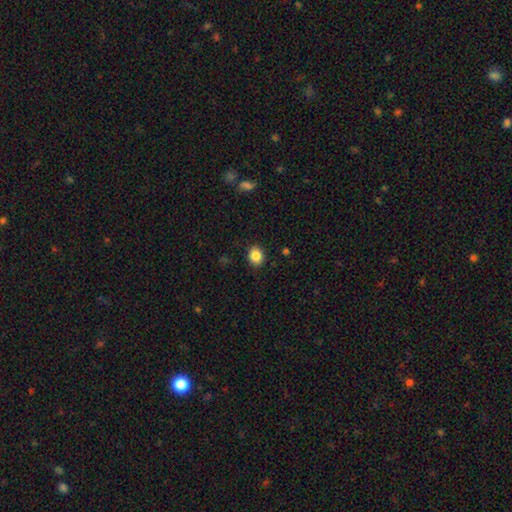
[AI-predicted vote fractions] Morphology: type=smooth (86%); roundness=round (54%); merging=none (89%).